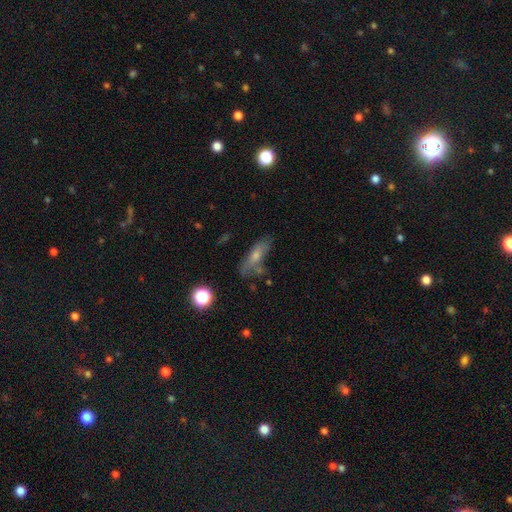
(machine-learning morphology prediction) Smooth or featured?
  - smooth: 48% *
  - featured or disk: 38%
  - star or artifact: 14%
Merging?
  - none: 61% *
  - minor disturbance: 21%
  - major disturbance: 9%
  - merger: 8%